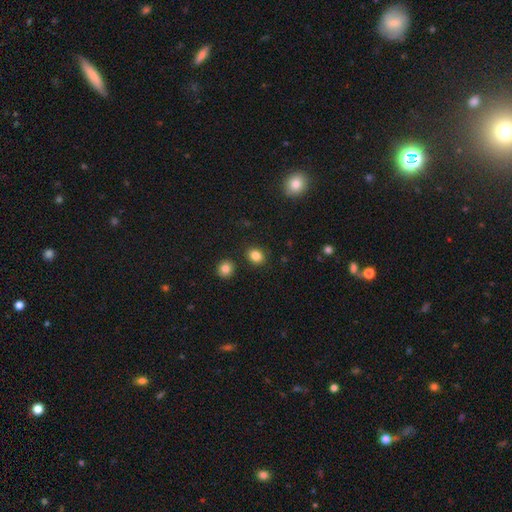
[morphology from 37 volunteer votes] Smooth or featured? smooth (92%)
How rounded? round (71%)
Merging? none (89%)